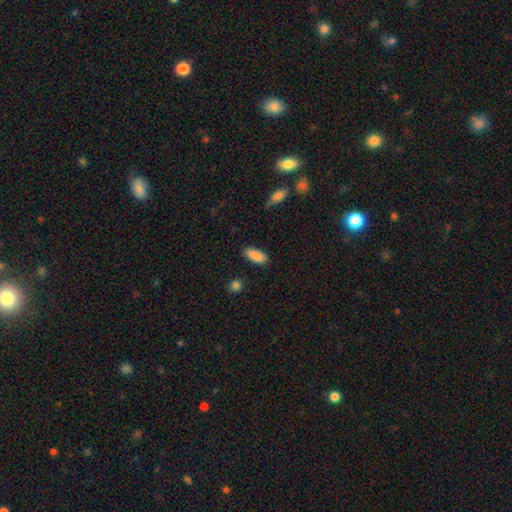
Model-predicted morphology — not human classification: The model was most divided on "how rounded": in between: 80%, cigar-shaped: 18%, round: 2%. More confident: smooth or featured — smooth (89%); merging — none (85%).